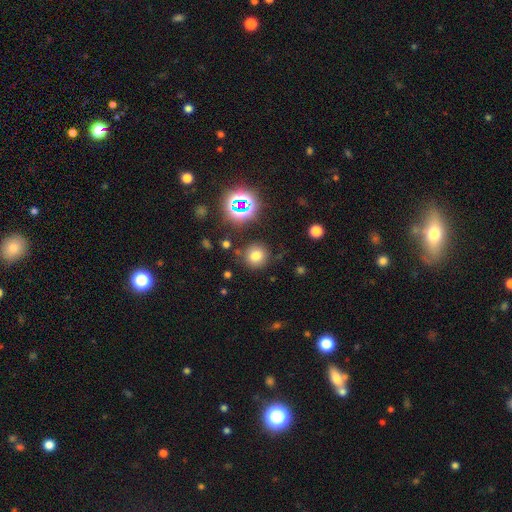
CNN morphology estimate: Smooth or featured?
  - smooth: 72% *
  - star or artifact: 19%
  - featured or disk: 8%
How rounded?
  - round: 90% *
  - in between: 9%
  - cigar-shaped: 1%
Merging?
  - none: 83% *
  - minor disturbance: 10%
  - major disturbance: 4%
  - merger: 4%